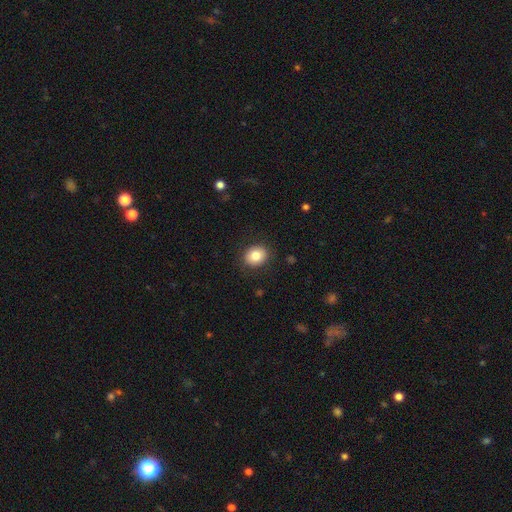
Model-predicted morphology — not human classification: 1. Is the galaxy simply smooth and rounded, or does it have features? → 83% smooth, 9% star or artifact, 8% featured or disk.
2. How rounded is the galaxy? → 54% round, 45% in between, 1% cigar-shaped.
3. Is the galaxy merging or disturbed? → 87% none, 9% minor disturbance, 3% major disturbance, 1% merger.